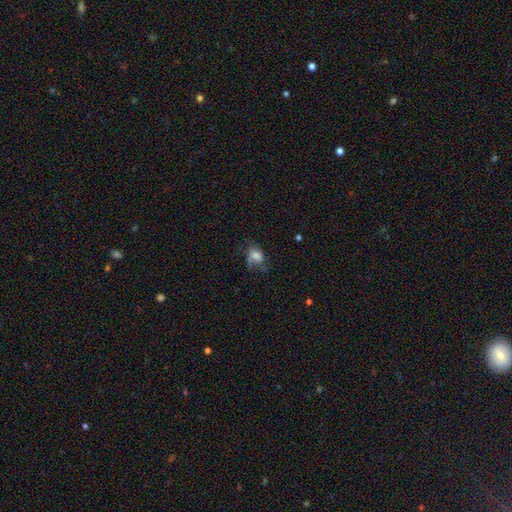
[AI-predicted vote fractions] This is possibly a smooth galaxy (59%). How rounded: likely in between (75%). Merging: marginally none (38%).